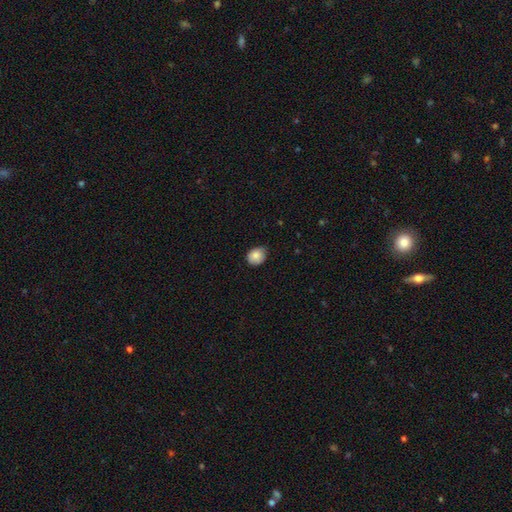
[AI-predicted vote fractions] The model was most divided on "how rounded": round: 58%, in between: 42%, cigar-shaped: 1%. More confident: smooth or featured — smooth (86%); merging — none (71%).